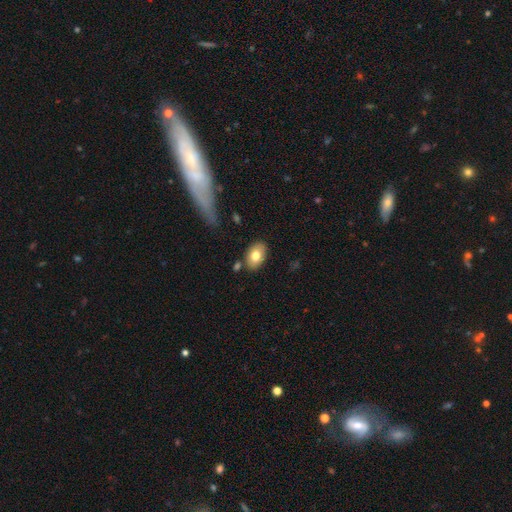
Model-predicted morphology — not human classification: Smooth or featured?
  - smooth: 76% *
  - featured or disk: 16%
  - star or artifact: 7%
How rounded?
  - in between: 88% *
  - round: 11%
  - cigar-shaped: 1%
Merging?
  - none: 81% *
  - minor disturbance: 12%
  - merger: 4%
  - major disturbance: 3%